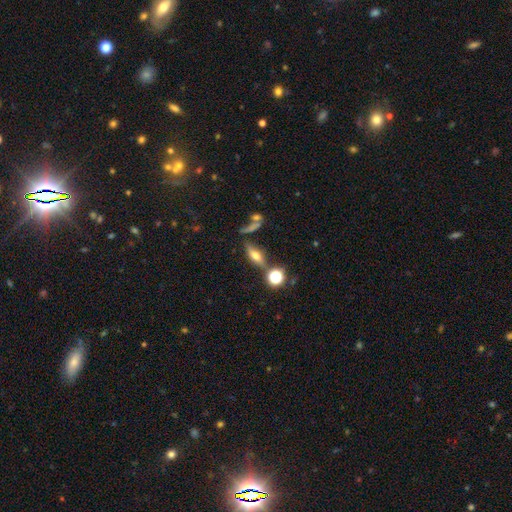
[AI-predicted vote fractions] Smooth or featured? Predicted: featured or disk (p=0.50). Merging? Predicted: none (p=0.72).